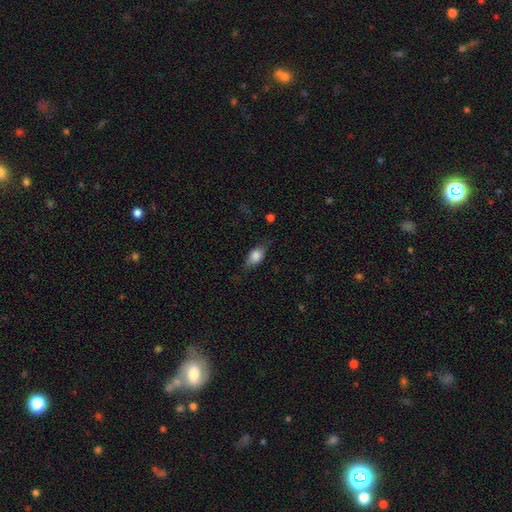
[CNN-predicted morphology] smooth_or_featured: smooth (p=0.75) [alt: featured or disk p=0.17]
how_rounded: in between (p=0.82) [alt: cigar-shaped p=0.11]
merging: none (p=0.69) [alt: minor disturbance p=0.22]